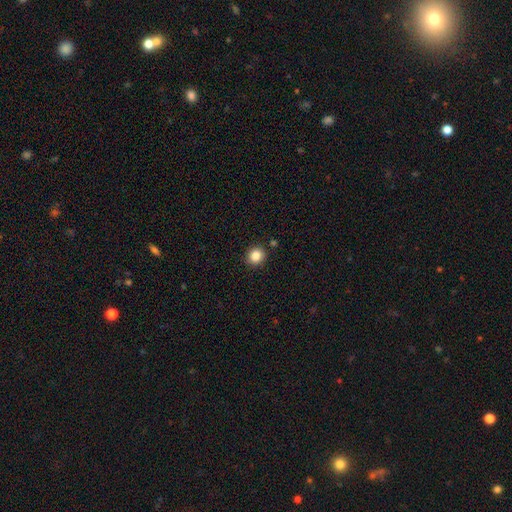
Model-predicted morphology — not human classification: A smooth galaxy with no disk features (85%) that is round (87%). Merging: none (90%).